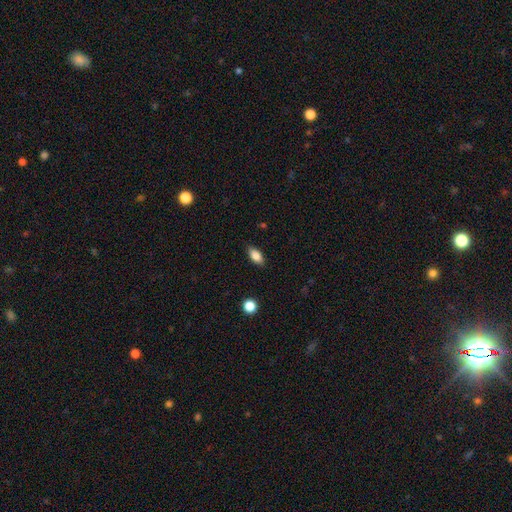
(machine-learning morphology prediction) A smooth galaxy with no disk features (82%) that is in between round and cigar-shaped (88%). Merging: none (85%).